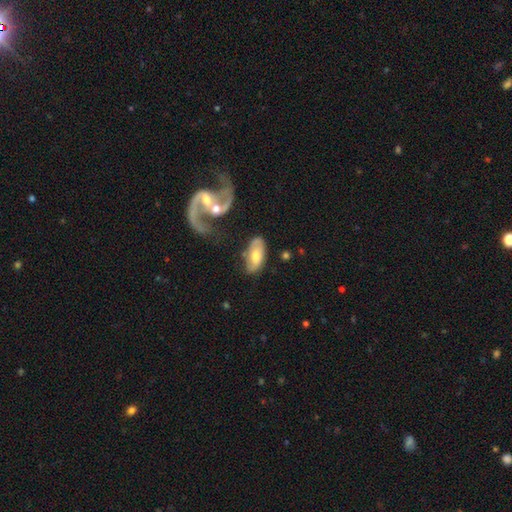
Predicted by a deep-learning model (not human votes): Smooth or featured? Predicted: smooth (p=0.49). Merging? Predicted: none (p=0.61).